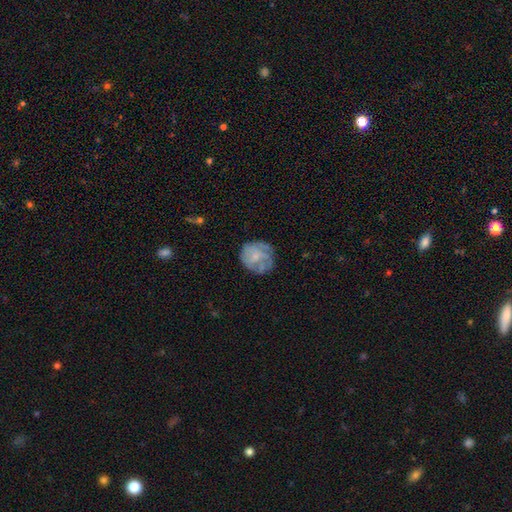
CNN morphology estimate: Q: Smooth or featured?
A: featured or disk (54%); runner-up: smooth (37%)
Q: Edge-on disk?
A: no (98%); runner-up: yes (2%)
Q: Bar?
A: no (76%); runner-up: weak (21%)
Q: Spiral arms?
A: yes (70%); runner-up: no (30%)
Q: Bulge size?
A: small (61%); runner-up: moderate (20%)
Q: Merging?
A: none (68%); runner-up: minor disturbance (20%)